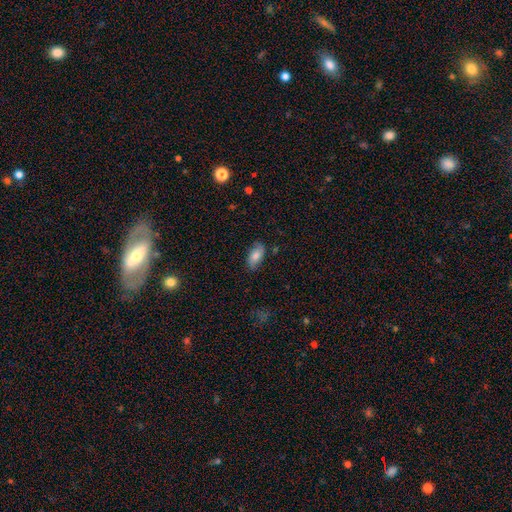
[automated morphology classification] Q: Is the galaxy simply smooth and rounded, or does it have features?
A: smooth — 73%.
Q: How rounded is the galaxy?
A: in between — 92%.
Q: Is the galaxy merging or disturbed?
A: none — 78%.